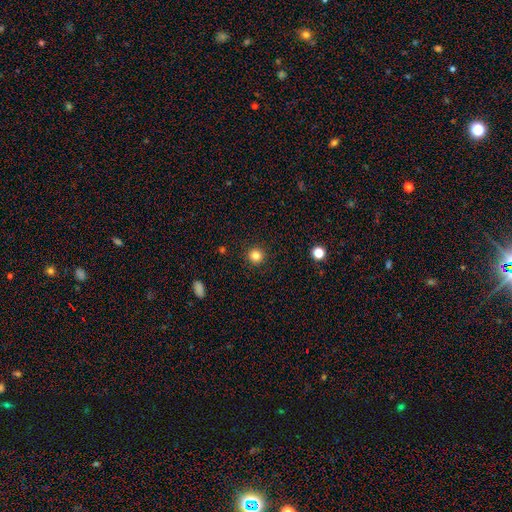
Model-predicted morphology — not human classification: smooth 83%, star or artifact 12%, featured or disk 5%. Down the decision tree: how rounded — round (94%); merging — none (92%).